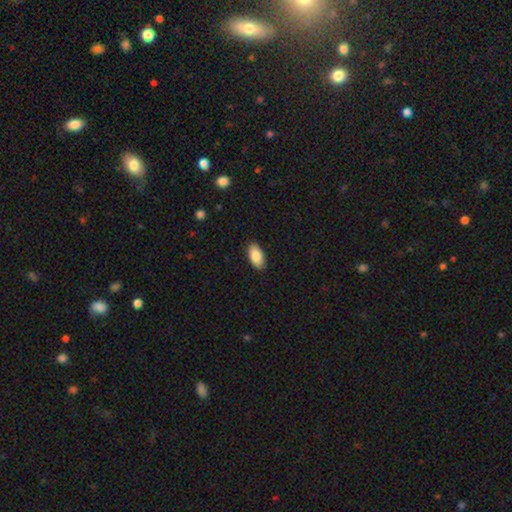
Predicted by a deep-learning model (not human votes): smooth-or-featured: smooth: 87% | featured or disk: 6% | star or artifact: 6%
  how-rounded: in between: 94% | cigar-shaped: 4% | round: 2%
  merging: none: 89% | minor disturbance: 9% | major disturbance: 2% | merger: 1%